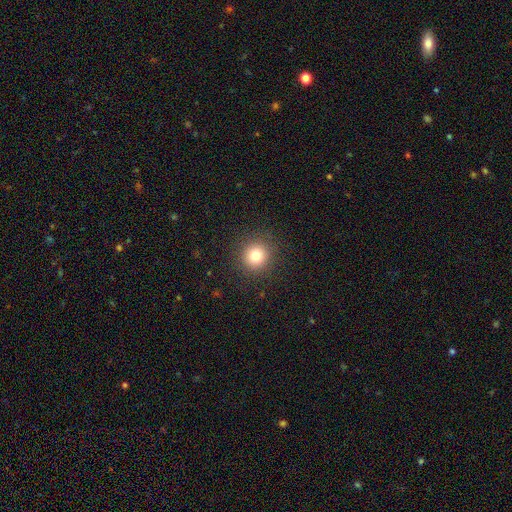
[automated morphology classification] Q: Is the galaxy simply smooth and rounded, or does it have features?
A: smooth — 79%.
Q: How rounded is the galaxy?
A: round — 93%.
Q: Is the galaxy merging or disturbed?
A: none — 91%.